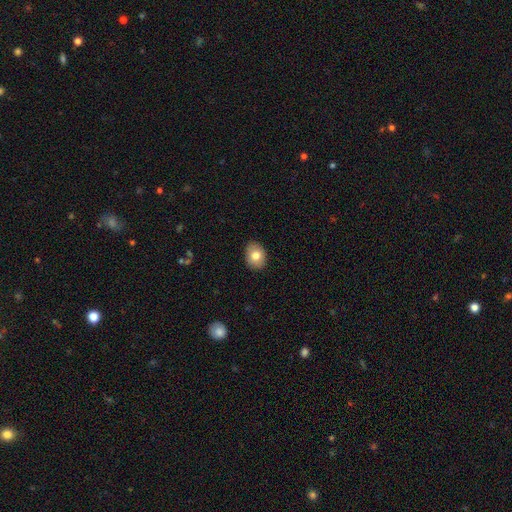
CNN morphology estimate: A smooth galaxy with no disk features (79%) that is in between round and cigar-shaped (61%). Merging: none (89%).